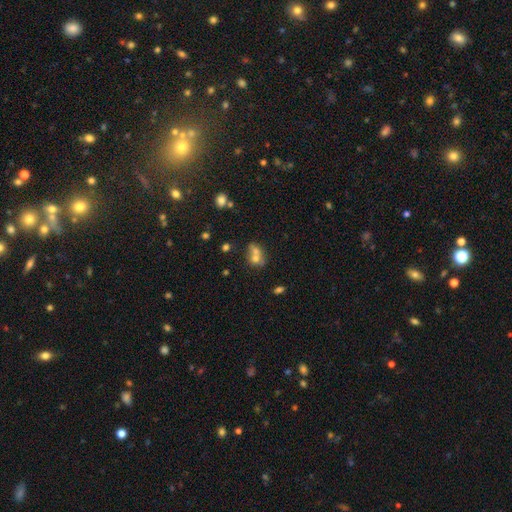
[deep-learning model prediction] smooth-or-featured: smooth: 62% | featured or disk: 24% | star or artifact: 14%
  how-rounded: round: 54% | in between: 44% | cigar-shaped: 2%
  merging: merger: 61% | none: 27% | minor disturbance: 8% | major disturbance: 5%